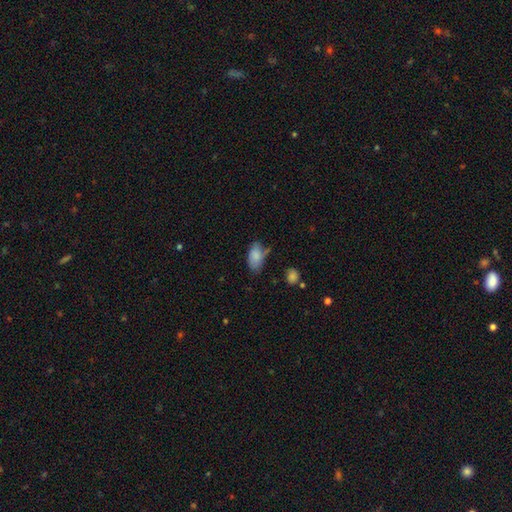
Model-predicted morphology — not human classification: The model was most divided on "merging": none: 54%, minor disturbance: 31%, major disturbance: 9%, merger: 6%. More confident: how rounded — in between (93%); smooth or featured — smooth (83%).